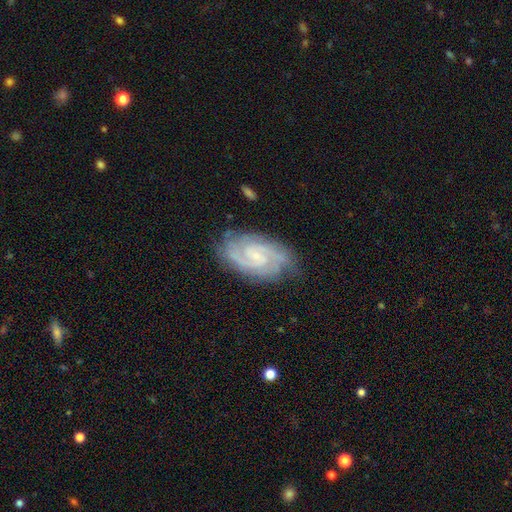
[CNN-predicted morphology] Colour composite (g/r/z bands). It shows a featured or disk galaxy (86%) with a weak bar (47%), 2 (49%) tight (58%) spiral arms (97%) and a small central bulge (66%). Merging: none (77%).